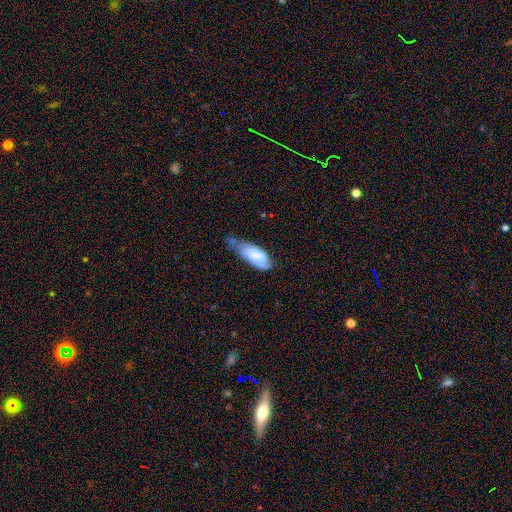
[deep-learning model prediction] smooth 68%, featured or disk 25%, star or artifact 7%. Down the decision tree: how rounded — in between (79%); merging — minor disturbance (46%).